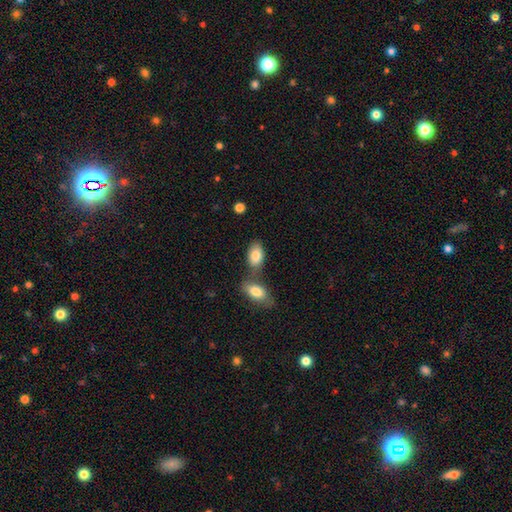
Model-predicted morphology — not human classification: smooth-or-featured: smooth: 84% | featured or disk: 10% | star or artifact: 6%
  how-rounded: in between: 93% | round: 5% | cigar-shaped: 2%
  merging: none: 53% | merger: 31% | minor disturbance: 12% | major disturbance: 4%